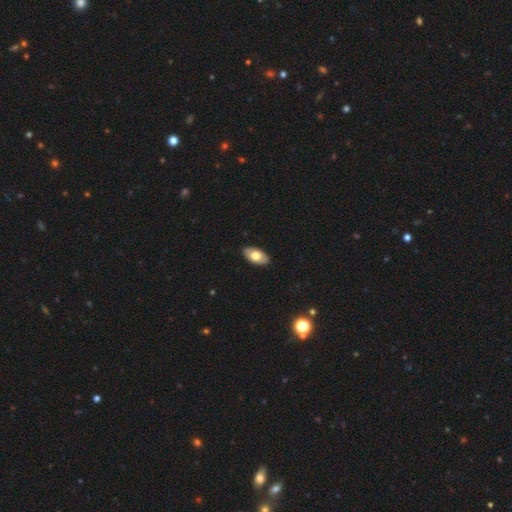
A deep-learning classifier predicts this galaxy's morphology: A smooth galaxy with no disk features (67%) that is in between round and cigar-shaped (94%). Merging: none (88%).